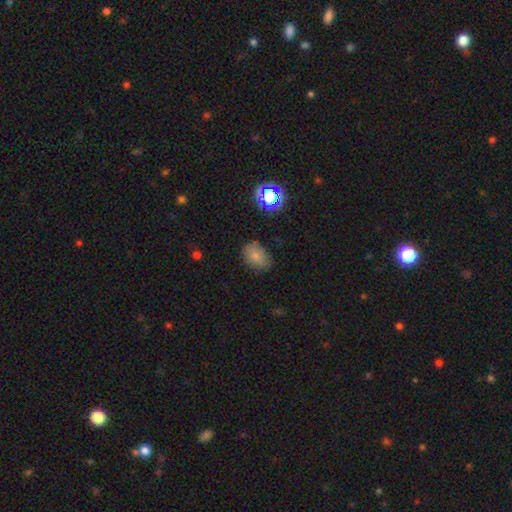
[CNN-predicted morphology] A smooth galaxy with no disk features (77%) that is in between round and cigar-shaped (78%).

Vote fractions:
- Smooth or featured? smooth: 77% / star or artifact: 13% / featured or disk: 10%
- How rounded? in between: 78% / round: 20% / cigar-shaped: 1%
- Merging? none: 78% / minor disturbance: 16% / major disturbance: 4% / merger: 2%